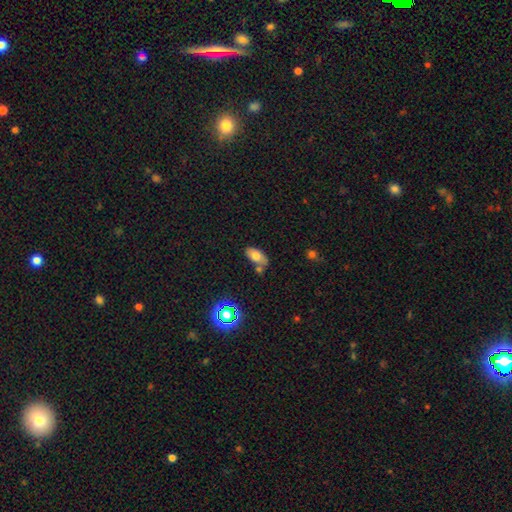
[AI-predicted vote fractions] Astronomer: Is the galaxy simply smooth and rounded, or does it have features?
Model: smooth — 73%.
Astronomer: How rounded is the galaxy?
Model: in between — 91%.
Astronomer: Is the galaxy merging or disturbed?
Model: none — 57%.